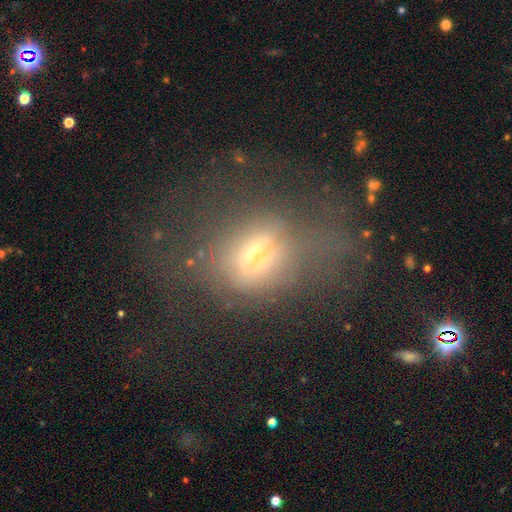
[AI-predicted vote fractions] Smooth or featured? Predicted: smooth (p=0.42). Merging? Predicted: major disturbance (p=0.43).